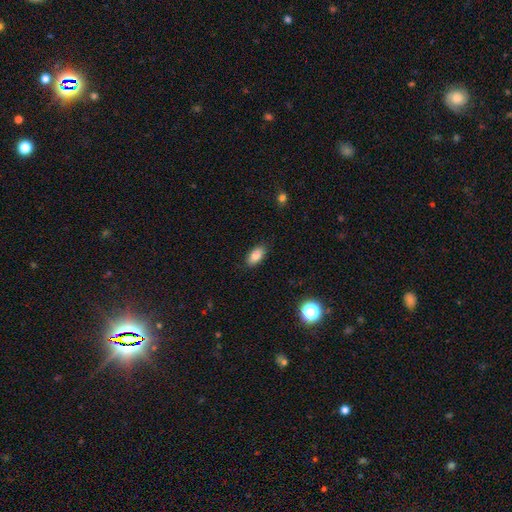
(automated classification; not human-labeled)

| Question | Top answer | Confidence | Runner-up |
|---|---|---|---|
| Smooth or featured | smooth | 86% | star or artifact (8%) |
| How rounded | in between | 91% | cigar-shaped (6%) |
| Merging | none | 88% | minor disturbance (9%) |